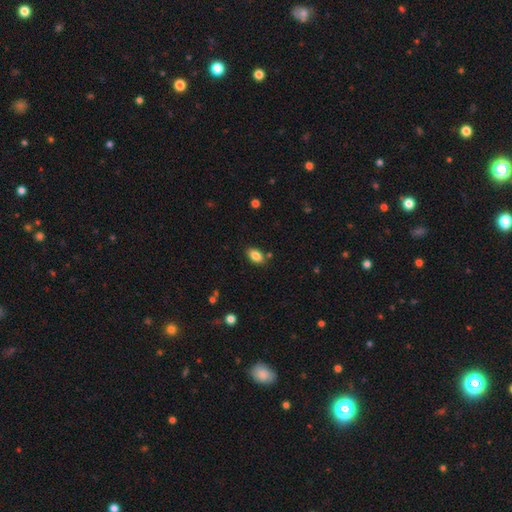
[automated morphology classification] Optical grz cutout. It shows a smooth galaxy with no disk features (85%) that is in between round and cigar-shaped (88%). Merging: none (83%).